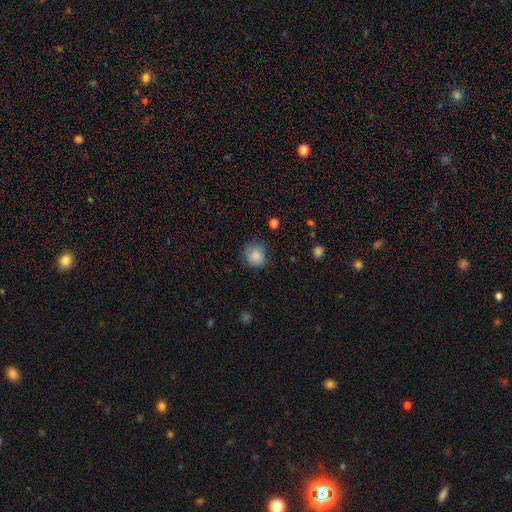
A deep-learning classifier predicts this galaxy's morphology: A smooth galaxy with no disk features (84%) that is round (84%). Merging: none (75%).